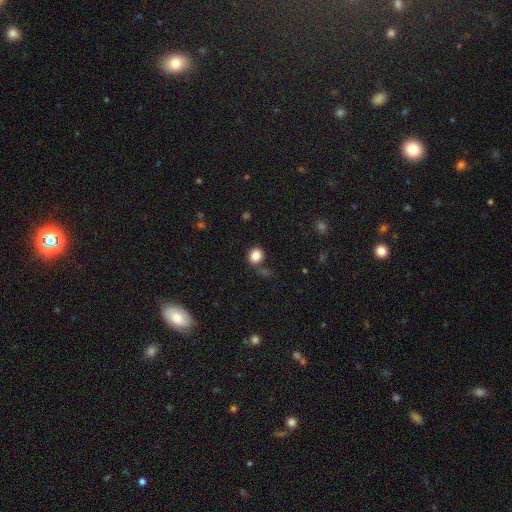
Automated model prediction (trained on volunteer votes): smooth-or-featured: smooth: 85% | star or artifact: 10% | featured or disk: 4%
  how-rounded: round: 78% | in between: 21% | cigar-shaped: 1%
  merging: none: 71% | minor disturbance: 13% | merger: 10% | major disturbance: 5%